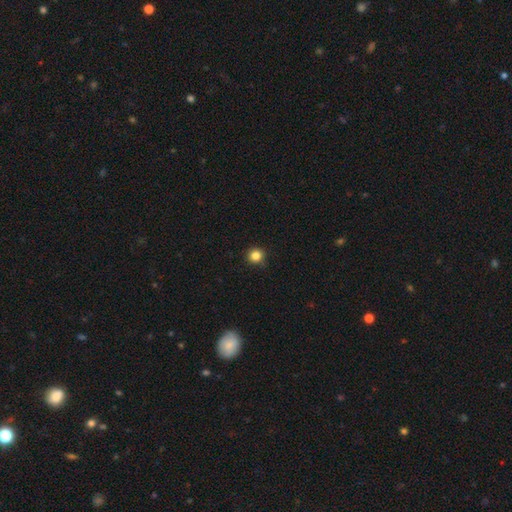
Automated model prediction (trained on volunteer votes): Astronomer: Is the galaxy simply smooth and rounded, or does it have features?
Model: smooth — 84%.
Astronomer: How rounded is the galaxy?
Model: round — 94%.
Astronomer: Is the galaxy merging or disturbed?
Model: none — 91%.